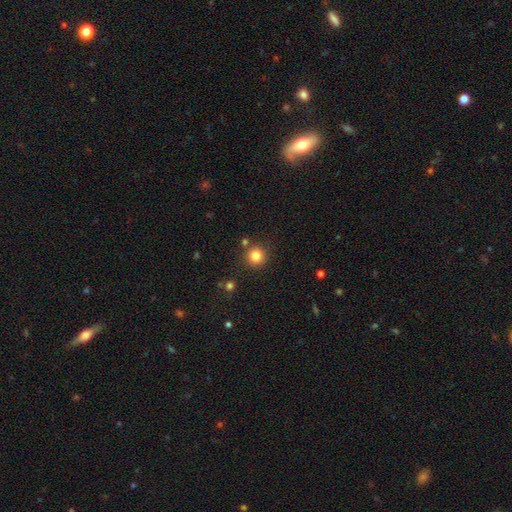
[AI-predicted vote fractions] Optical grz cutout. It shows a smooth galaxy with no disk features (83%) that is round (94%). Merging: none (85%).